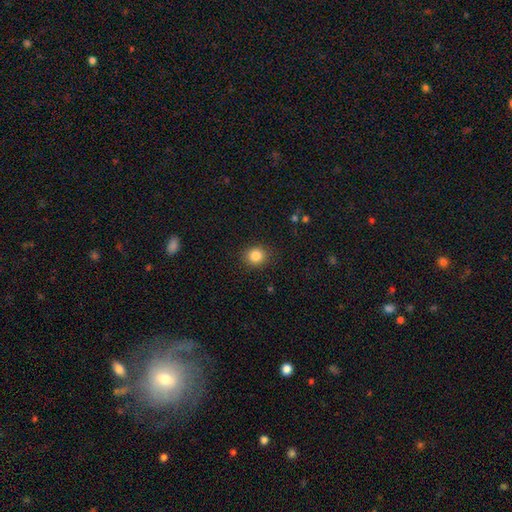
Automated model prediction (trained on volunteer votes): Q: Smooth or featured?
A: smooth (85%); runner-up: star or artifact (10%)
Q: How rounded?
A: round (80%); runner-up: in between (19%)
Q: Merging?
A: none (89%); runner-up: minor disturbance (8%)